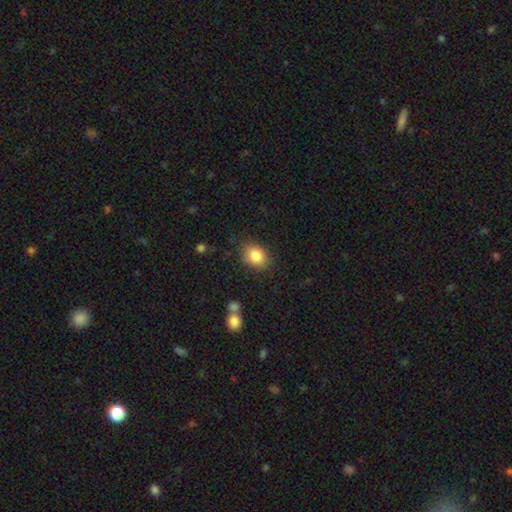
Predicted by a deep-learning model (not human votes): Smooth or featured? Predicted: smooth (p=0.85). How rounded? Predicted: in between (p=0.60). Merging? Predicted: none (p=0.81).